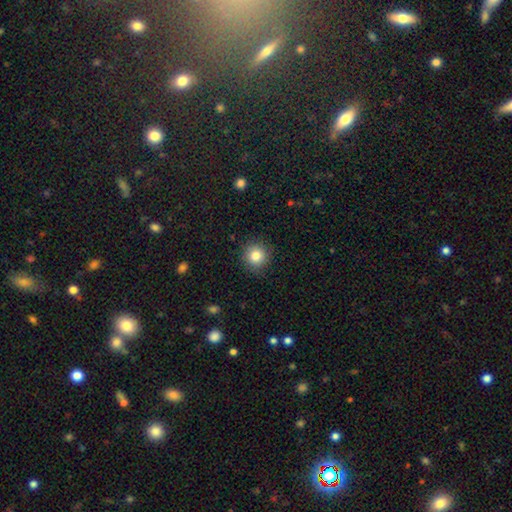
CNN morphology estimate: The model was most divided on "smooth or featured": smooth: 82%, star or artifact: 11%, featured or disk: 7%. More confident: how rounded — round (94%); merging — none (89%).